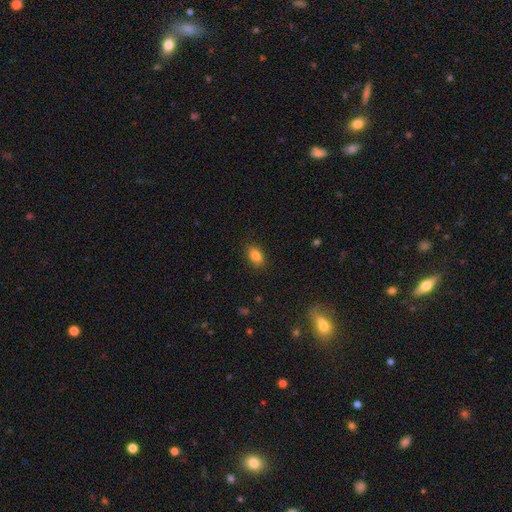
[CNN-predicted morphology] This is clearly a smooth galaxy (84%). How rounded: clearly in between (87%). Merging: clearly none (86%).